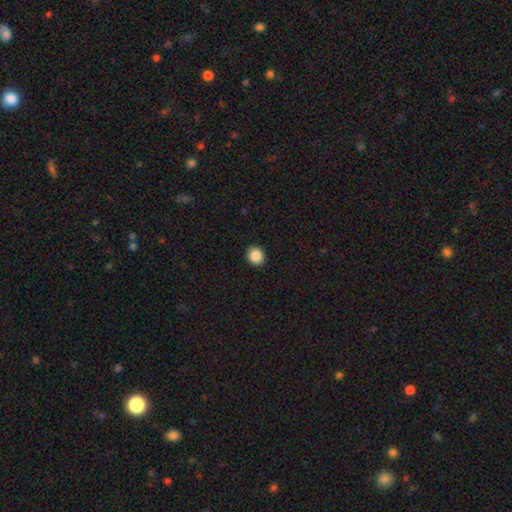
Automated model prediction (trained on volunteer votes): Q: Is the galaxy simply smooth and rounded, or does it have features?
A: smooth — 87%.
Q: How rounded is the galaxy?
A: round — 81%.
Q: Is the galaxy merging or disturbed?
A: none — 92%.